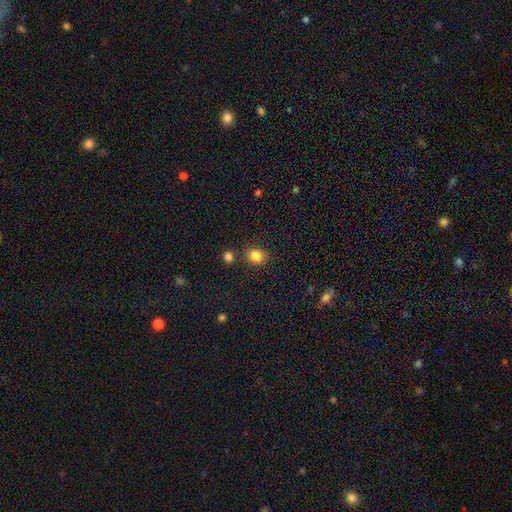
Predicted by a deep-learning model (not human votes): Smooth or featured? Predicted: smooth (p=0.85). How rounded? Predicted: round (p=0.71). Merging? Predicted: none (p=0.79).